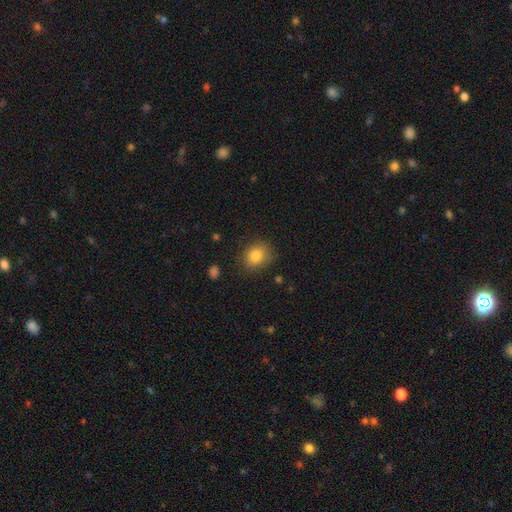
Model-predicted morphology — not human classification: type=smooth (83%); roundness=round (66%); merging=none (80%).